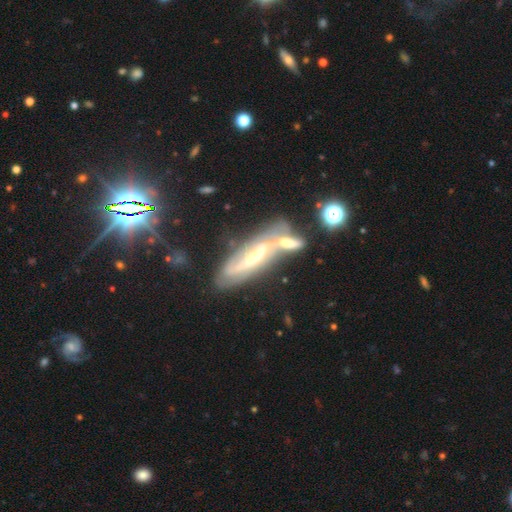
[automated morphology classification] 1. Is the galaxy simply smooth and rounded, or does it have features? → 75% featured or disk, 14% smooth, 10% star or artifact.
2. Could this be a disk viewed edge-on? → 58% no, 42% yes.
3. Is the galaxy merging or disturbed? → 47% none, 28% merger, 16% minor disturbance, 8% major disturbance.